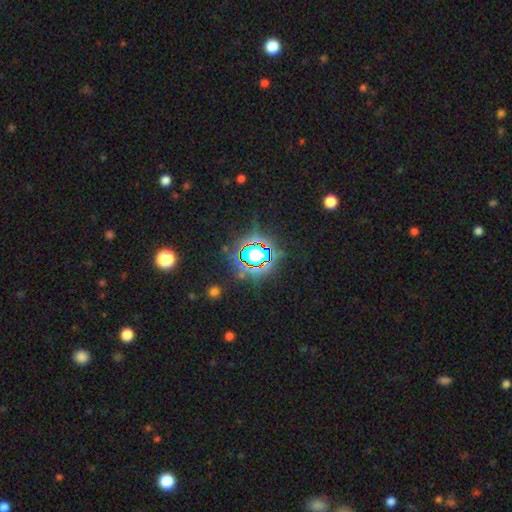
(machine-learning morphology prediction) smooth_or_featured: star or artifact (p=0.73) [alt: smooth p=0.16]